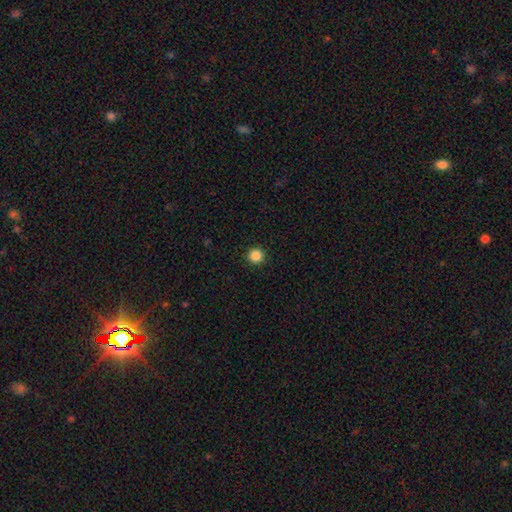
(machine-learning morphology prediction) The model was most divided on "smooth or featured": smooth: 87%, star or artifact: 11%, featured or disk: 3%. More confident: how rounded — round (96%); merging — none (93%).